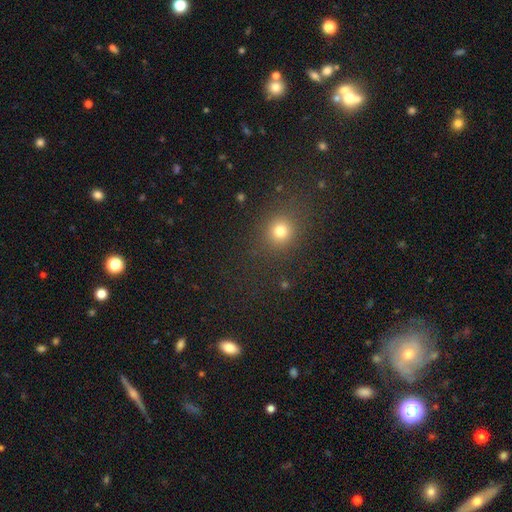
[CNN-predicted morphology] The model was most divided on "smooth or featured": smooth: 55%, star or artifact: 36%, featured or disk: 9%. More confident: merging — none (86%); how rounded — round (79%).